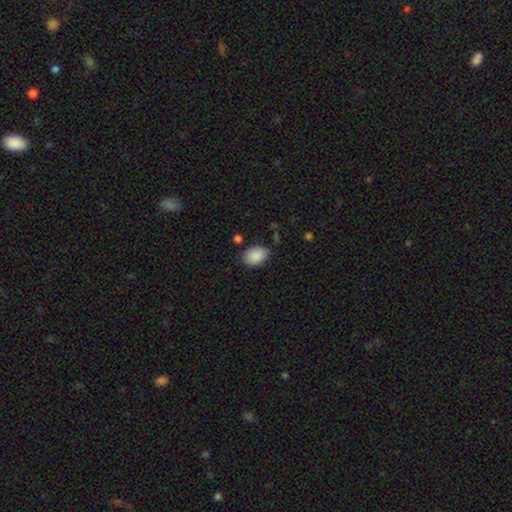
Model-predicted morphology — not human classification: Q: Smooth or featured?
A: smooth (89%); runner-up: star or artifact (7%)
Q: How rounded?
A: in between (79%); runner-up: round (20%)
Q: Merging?
A: none (74%); runner-up: minor disturbance (19%)